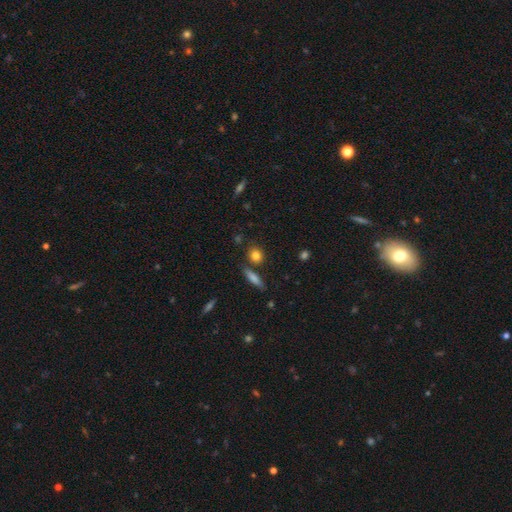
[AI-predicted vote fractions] A smooth galaxy with no disk features (82%) that is round (69%).

Vote fractions:
- Smooth or featured? smooth: 82% / star or artifact: 10% / featured or disk: 8%
- How rounded? round: 69% / in between: 24% / cigar-shaped: 7%
- Merging? none: 77% / minor disturbance: 10% / merger: 9% / major disturbance: 3%